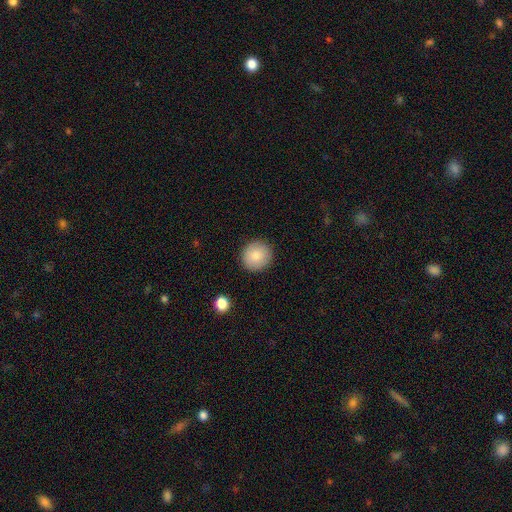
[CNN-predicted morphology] Smooth or featured: smooth — 84% (featured or disk — 9%)
How rounded: round — 93% (in between — 6%)
Merging: none — 91% (minor disturbance — 6%)